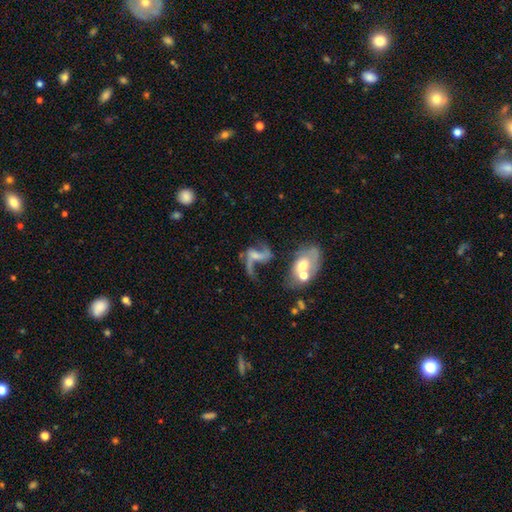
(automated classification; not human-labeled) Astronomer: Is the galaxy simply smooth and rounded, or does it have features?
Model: featured or disk — 78%.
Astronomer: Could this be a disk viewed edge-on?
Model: no — 96%.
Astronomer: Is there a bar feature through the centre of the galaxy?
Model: weak — 39%, tied with no at 39%.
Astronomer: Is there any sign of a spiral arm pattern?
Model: yes — 87%.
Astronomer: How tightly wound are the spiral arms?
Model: loose — 83%.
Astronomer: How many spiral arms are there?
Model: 2 — 82%.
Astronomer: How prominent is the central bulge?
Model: small — 37% (runner-up: none, 33%).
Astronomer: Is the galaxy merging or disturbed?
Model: none — 36% (runner-up: major disturbance, 26%).